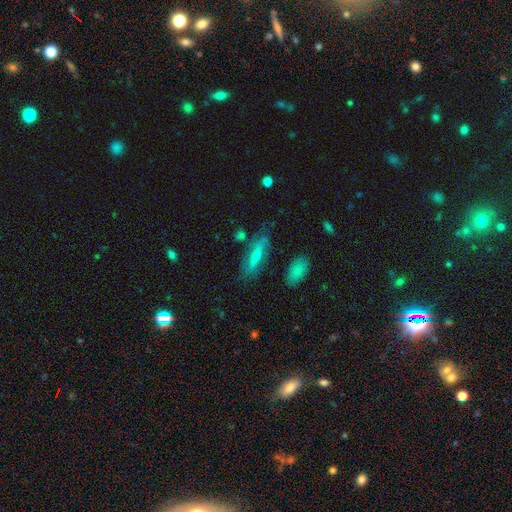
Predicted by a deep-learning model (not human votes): Q: Smooth or featured?
A: featured or disk (51%); runner-up: smooth (41%)
Q: Edge-on disk?
A: no (58%); runner-up: yes (42%)
Q: Merging?
A: none (72%); runner-up: minor disturbance (18%)